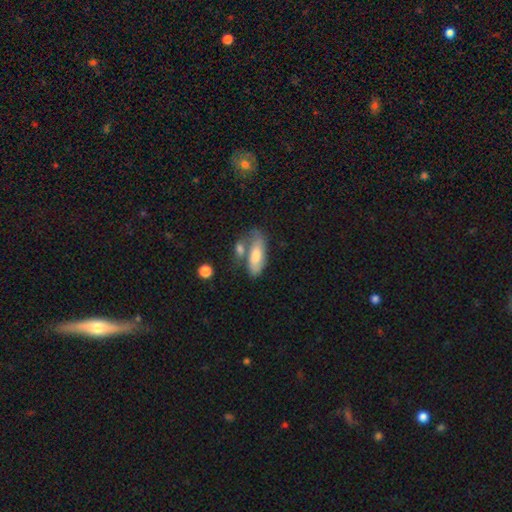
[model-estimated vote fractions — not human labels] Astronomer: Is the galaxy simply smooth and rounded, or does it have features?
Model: smooth — 66%.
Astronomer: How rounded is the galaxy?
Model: in between — 73%.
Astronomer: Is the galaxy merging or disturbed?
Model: none — 40% (runner-up: merger, 30%).